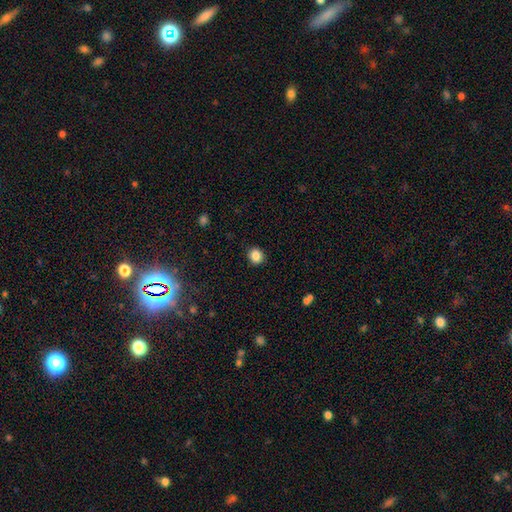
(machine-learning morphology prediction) smooth 85%, star or artifact 10%, featured or disk 4%. Down the decision tree: how rounded — round (80%); merging — none (90%).